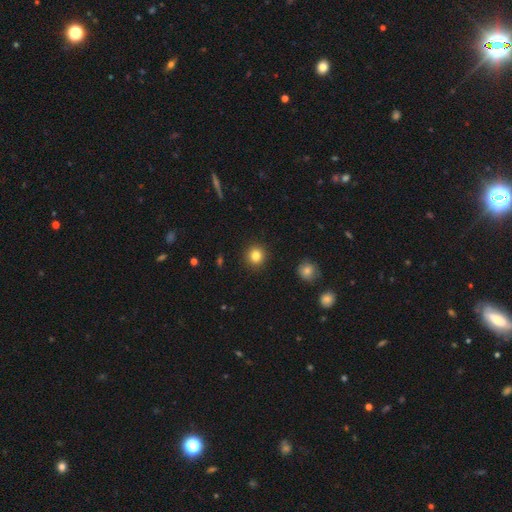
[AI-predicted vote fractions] A smooth galaxy with no disk features (83%) that is round (93%).

Vote fractions:
- Smooth or featured? smooth: 83% / star or artifact: 11% / featured or disk: 6%
- How rounded? round: 93% / in between: 6% / cigar-shaped: 1%
- Merging? none: 92% / minor disturbance: 5% / major disturbance: 2% / merger: 1%